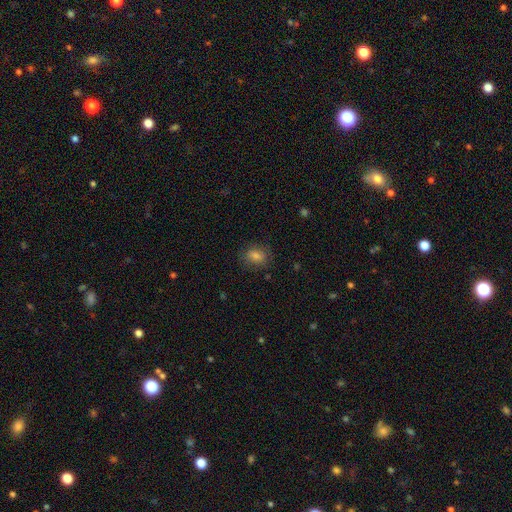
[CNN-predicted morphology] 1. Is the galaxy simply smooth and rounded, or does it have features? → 73% smooth, 15% star or artifact, 12% featured or disk.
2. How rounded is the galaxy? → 59% in between, 39% round, 2% cigar-shaped.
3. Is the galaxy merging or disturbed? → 81% none, 13% minor disturbance, 5% major disturbance, 1% merger.